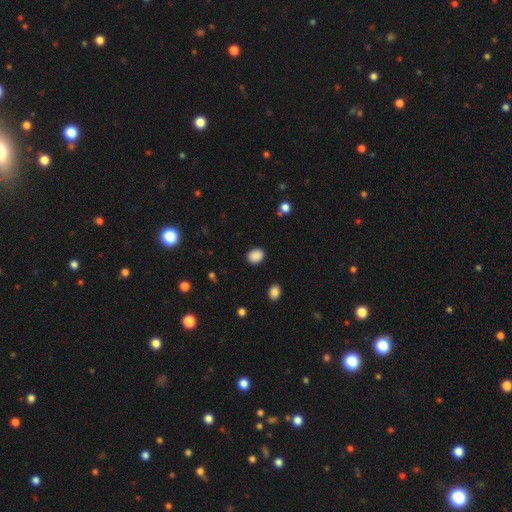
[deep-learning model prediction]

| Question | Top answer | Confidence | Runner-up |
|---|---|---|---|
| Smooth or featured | smooth | 88% | star or artifact (9%) |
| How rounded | round | 52% | in between (47%) |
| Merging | none | 89% | minor disturbance (8%) |